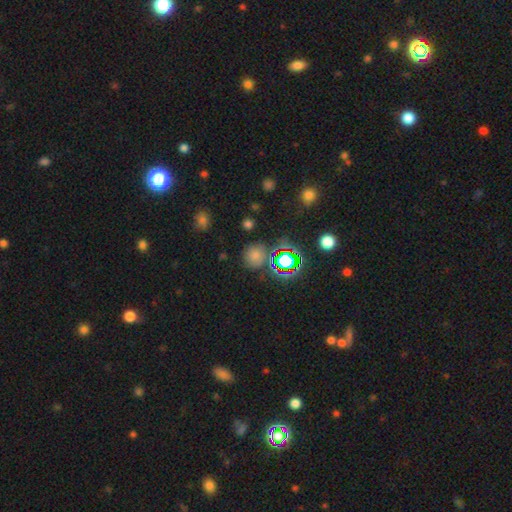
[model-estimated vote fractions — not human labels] Morphology: type=smooth (61%); roundness=round (87%); merging=none (77%).